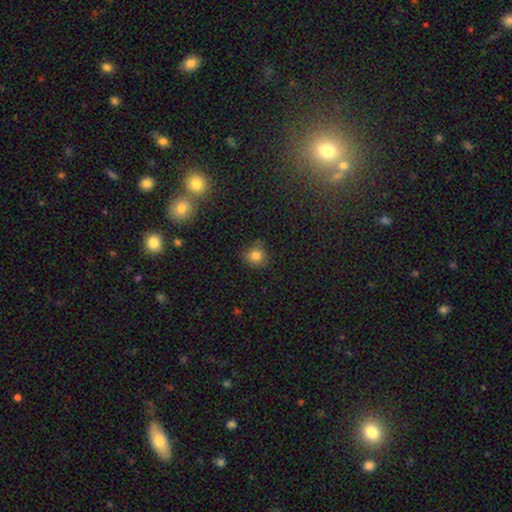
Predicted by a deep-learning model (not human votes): smooth 81%, star or artifact 13%, featured or disk 6%. Down the decision tree: how rounded — round (87%); merging — none (76%).